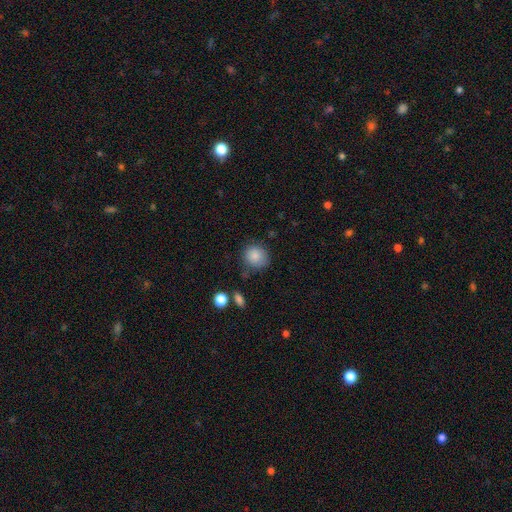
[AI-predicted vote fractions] Smooth or featured: smooth — 85% (star or artifact — 9%)
How rounded: round — 82% (in between — 17%)
Merging: none — 74% (minor disturbance — 18%)